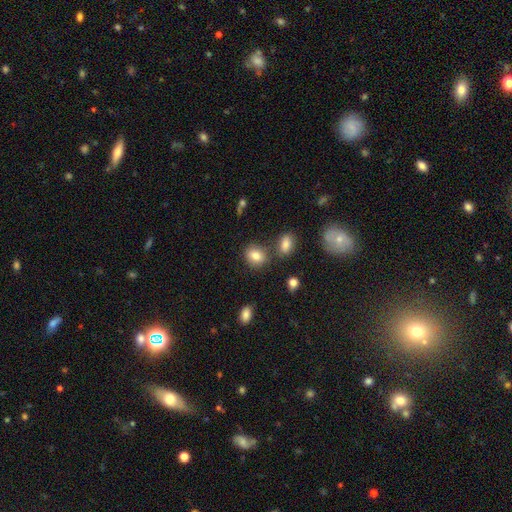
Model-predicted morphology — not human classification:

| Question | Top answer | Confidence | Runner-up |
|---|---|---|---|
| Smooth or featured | smooth | 81% | star or artifact (10%) |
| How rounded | round | 54% | in between (44%) |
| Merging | none | 75% | minor disturbance (11%) |